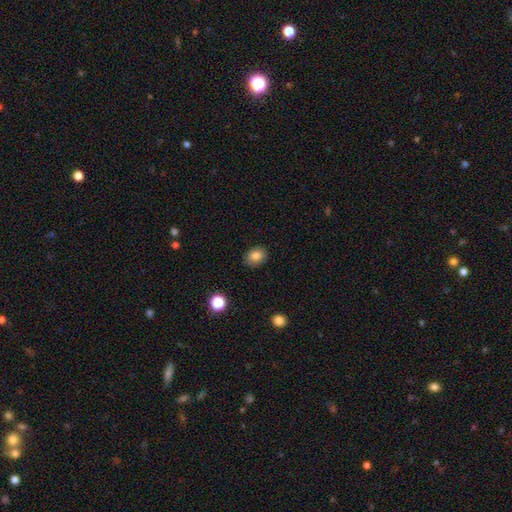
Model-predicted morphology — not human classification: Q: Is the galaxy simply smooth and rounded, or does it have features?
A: smooth — 82%.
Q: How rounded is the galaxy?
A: in between — 62%.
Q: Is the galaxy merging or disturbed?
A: none — 87%.